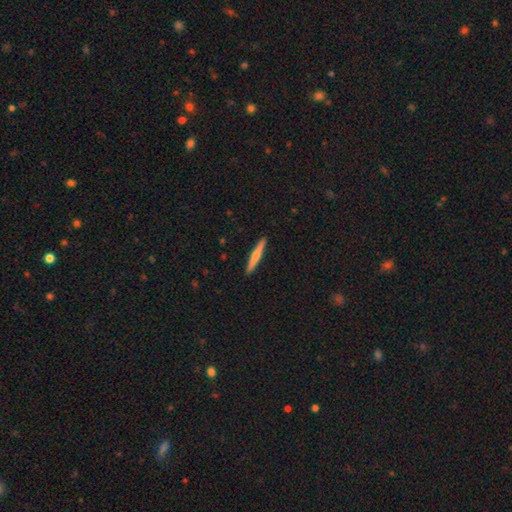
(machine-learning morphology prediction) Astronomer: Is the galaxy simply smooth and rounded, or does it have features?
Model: smooth — 56% (runner-up: featured or disk, 39%).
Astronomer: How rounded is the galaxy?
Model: cigar-shaped — 94%.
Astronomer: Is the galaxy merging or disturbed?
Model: none — 92%.